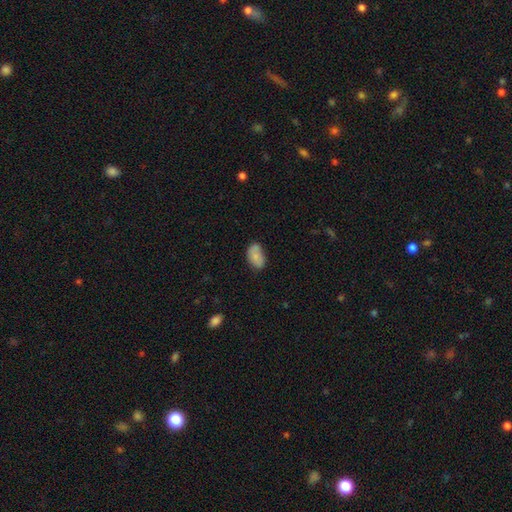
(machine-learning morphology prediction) smooth_or_featured: smooth (p=0.79) [alt: featured or disk p=0.14]
how_rounded: in between (p=0.91) [alt: round p=0.07]
merging: none (p=0.61) [alt: minor disturbance p=0.26]